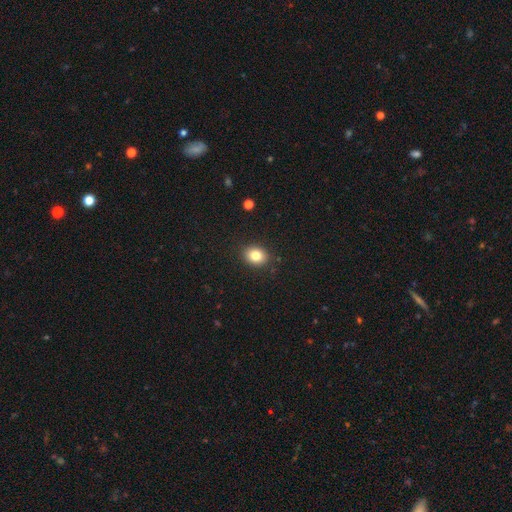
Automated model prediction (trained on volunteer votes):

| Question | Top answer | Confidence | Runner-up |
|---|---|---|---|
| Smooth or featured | smooth | 82% | star or artifact (10%) |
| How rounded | round | 50% | in between (49%) |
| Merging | none | 89% | minor disturbance (8%) |